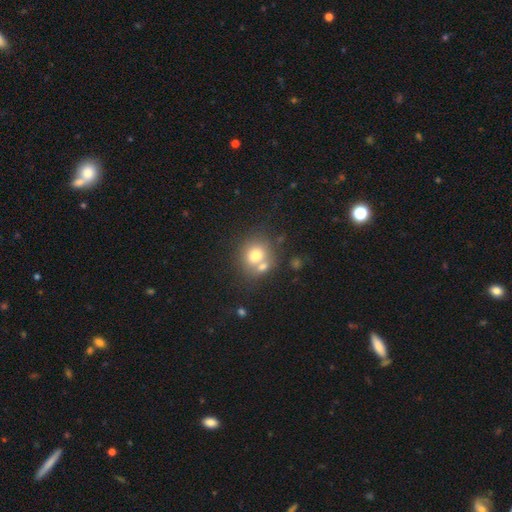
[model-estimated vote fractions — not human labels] Morphology: type=smooth (73%); roundness=round (76%); merging=none (47%).